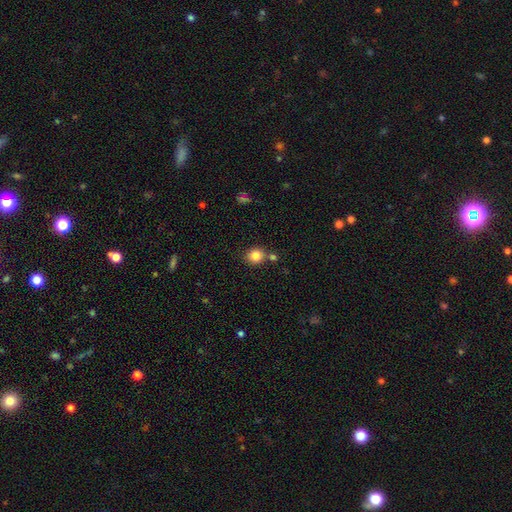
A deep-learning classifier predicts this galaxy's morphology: This appears to be a smooth galaxy with no disk features (83%) that is round (83%). Merging: none (72%).